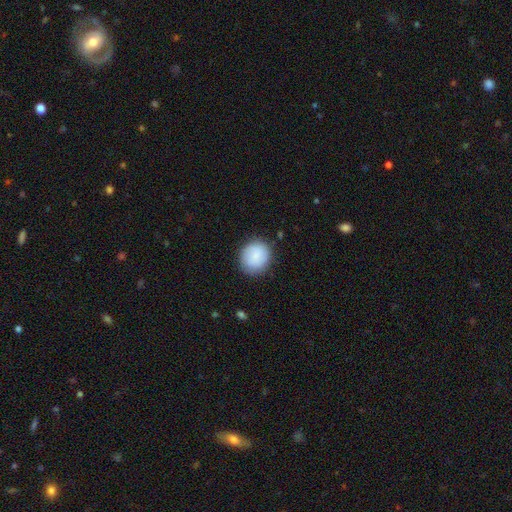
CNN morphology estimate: The model was most divided on "how rounded": round: 79%, in between: 21%, cigar-shaped: 1%. More confident: smooth or featured — smooth (85%); merging — none (83%).